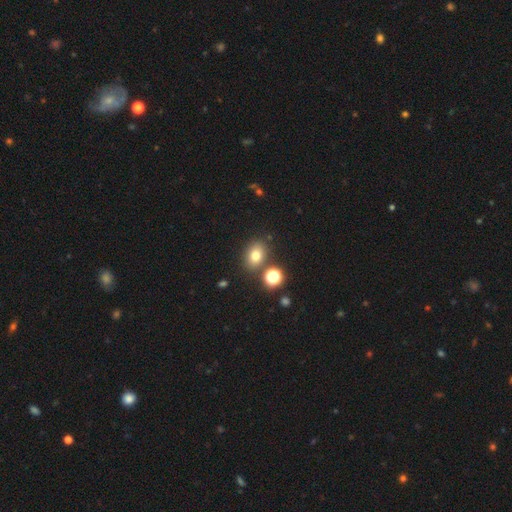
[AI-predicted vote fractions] smooth 75%, star or artifact 16%, featured or disk 9%. Down the decision tree: how rounded — in between (58%); merging — none (78%).